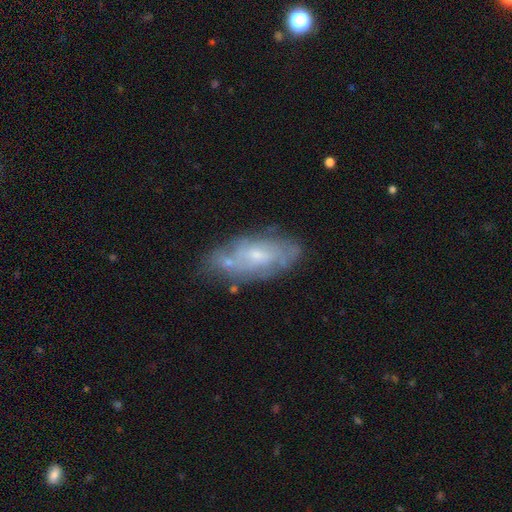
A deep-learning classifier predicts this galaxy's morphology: This is likely a featured or disk galaxy (62%). It is clearly not viewed edge-on (87%). Bar: likely no (64%). Spiral arm pattern: likely yes (60%). Central bulge: likely small (62%). Merging: likely none (63%).